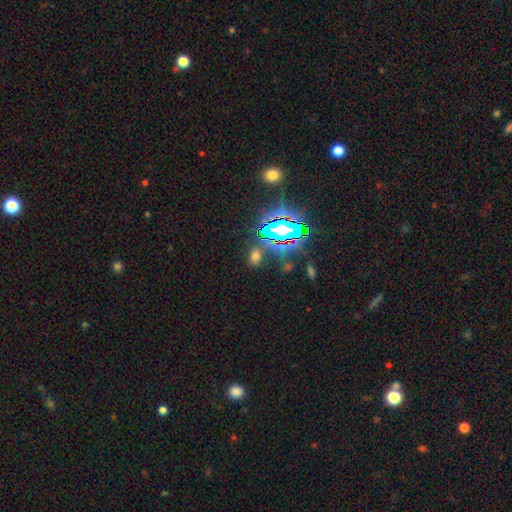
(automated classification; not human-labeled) Smooth or featured? smooth (52%)
How rounded? in between (64%)
Merging? none (78%)